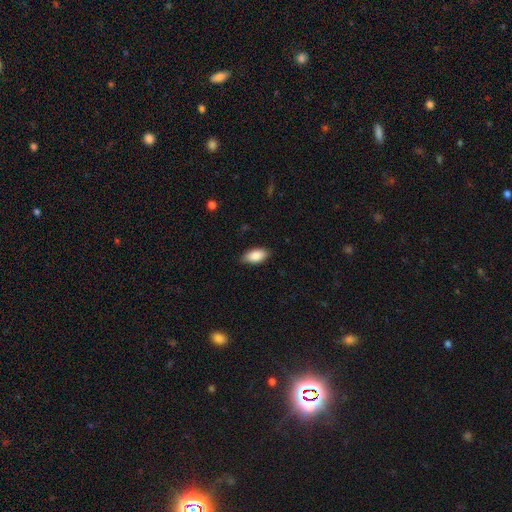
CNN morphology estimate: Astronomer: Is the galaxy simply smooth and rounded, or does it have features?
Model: smooth — 88%.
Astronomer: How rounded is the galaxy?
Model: in between — 92%.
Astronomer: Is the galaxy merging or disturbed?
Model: none — 83%.